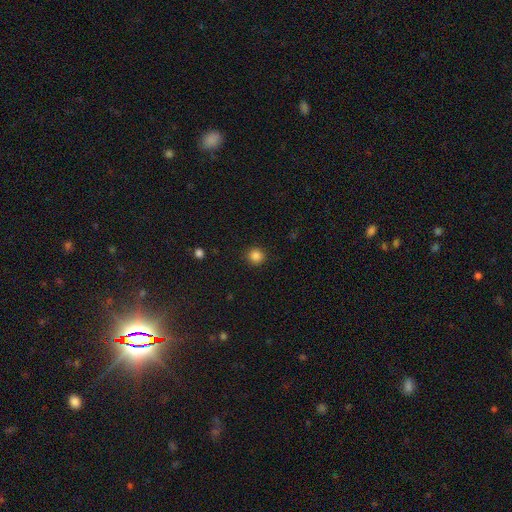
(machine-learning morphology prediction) Smooth or featured?
  - smooth: 85% *
  - star or artifact: 12%
  - featured or disk: 3%
How rounded?
  - round: 94% *
  - in between: 5%
  - cigar-shaped: 1%
Merging?
  - none: 91% *
  - minor disturbance: 6%
  - major disturbance: 2%
  - merger: 1%